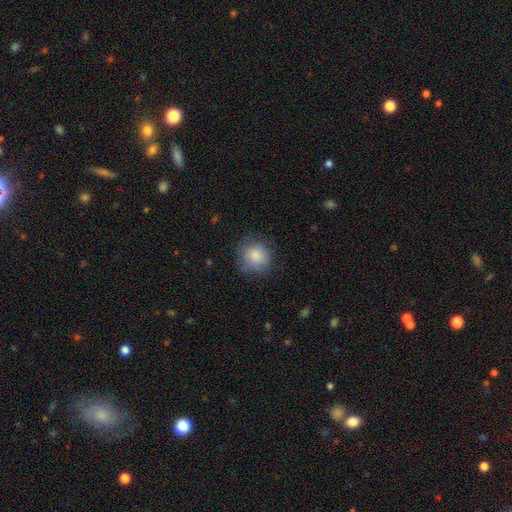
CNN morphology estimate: Smooth or featured? Predicted: smooth (p=0.84). How rounded? Predicted: round (p=0.86). Merging? Predicted: none (p=0.72).